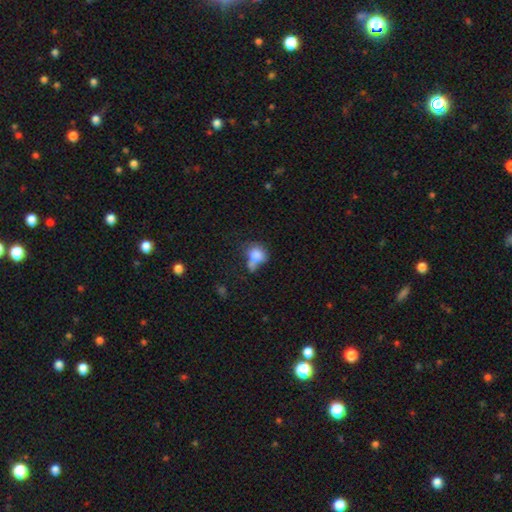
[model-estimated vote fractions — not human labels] smooth-or-featured: smooth: 76% | featured or disk: 14% | star or artifact: 11%
  how-rounded: in between: 51% | round: 48% | cigar-shaped: 1%
  merging: merger: 35% | none: 28% | minor disturbance: 20% | major disturbance: 17%